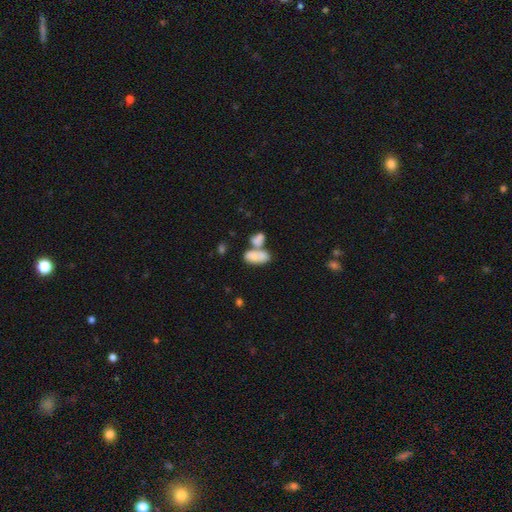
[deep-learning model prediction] Overall: smooth (71%). How rounded: in between (91%). Merging: merger (65%).